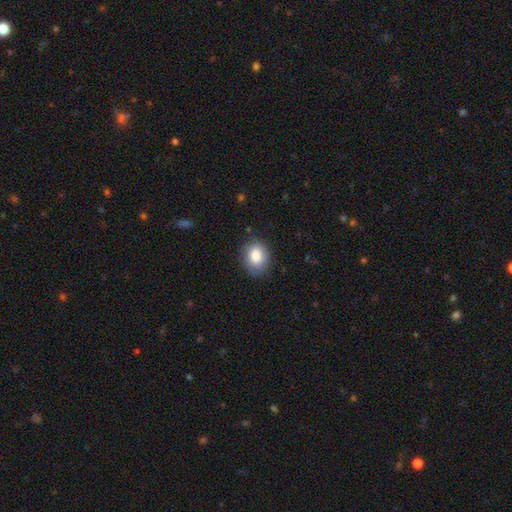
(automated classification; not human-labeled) Smooth or featured?
  - smooth: 81% *
  - featured or disk: 11%
  - star or artifact: 7%
How rounded?
  - in between: 54% *
  - round: 45%
  - cigar-shaped: 1%
Merging?
  - none: 76% *
  - minor disturbance: 18%
  - major disturbance: 5%
  - merger: 1%